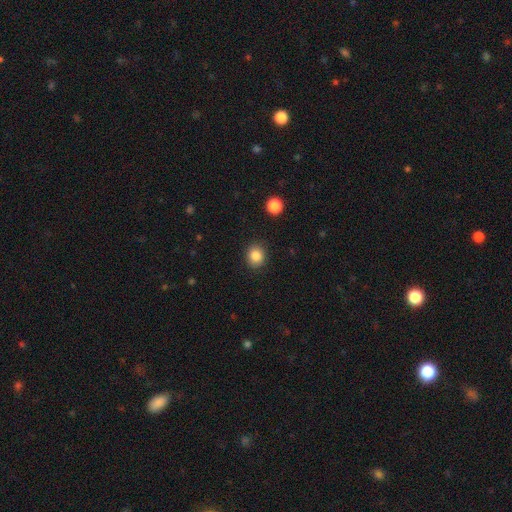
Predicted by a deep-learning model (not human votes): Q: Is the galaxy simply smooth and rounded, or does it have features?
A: smooth — 85%.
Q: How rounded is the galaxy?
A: round — 77%.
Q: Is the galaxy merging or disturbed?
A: none — 89%.